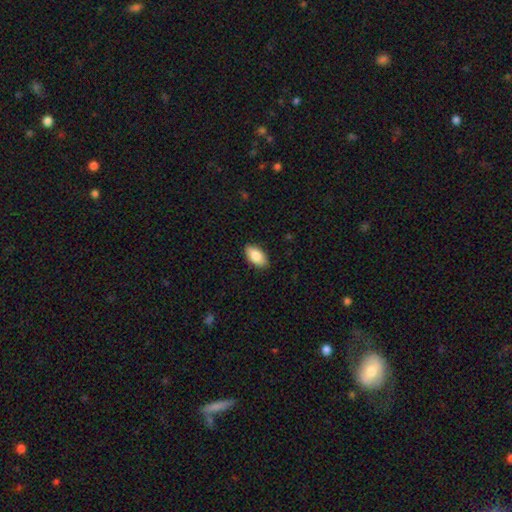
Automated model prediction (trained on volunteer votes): smooth-or-featured: smooth: 85% | featured or disk: 8% | star or artifact: 6%
  how-rounded: in between: 94% | round: 3% | cigar-shaped: 3%
  merging: none: 88% | minor disturbance: 9% | major disturbance: 2% | merger: 1%